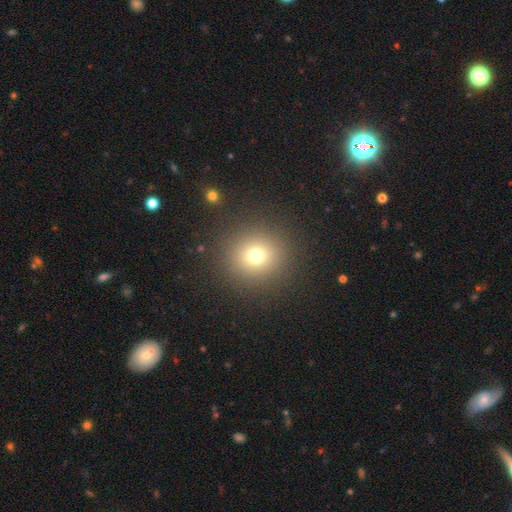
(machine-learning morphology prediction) Overall: smooth (73%). How rounded: round (88%). Merging: none (89%).